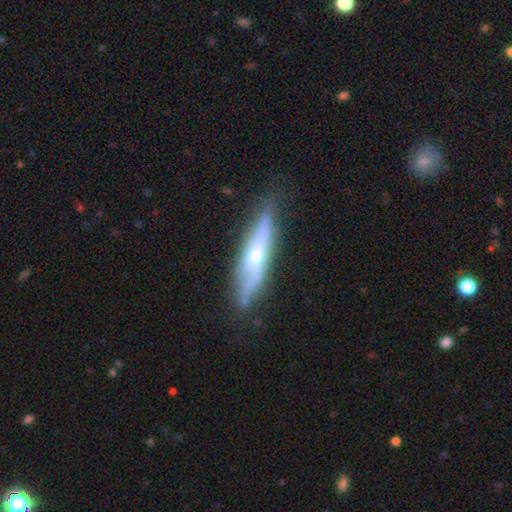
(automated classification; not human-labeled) Overall: featured or disk (65%; smooth 28%). Edge-on disk: yes (79%). Edge-on bulge: rounded (76%). Merging: none (74%).